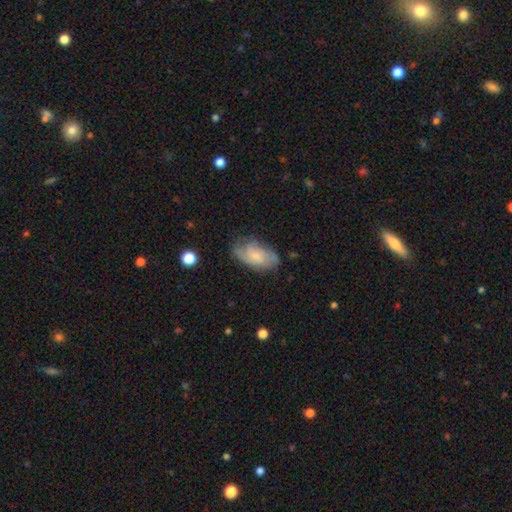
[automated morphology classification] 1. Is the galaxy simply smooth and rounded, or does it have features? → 58% featured or disk, 35% smooth, 7% star or artifact.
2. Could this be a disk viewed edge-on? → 96% no, 4% yes.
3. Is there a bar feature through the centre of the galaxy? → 63% no, 33% weak, 4% strong.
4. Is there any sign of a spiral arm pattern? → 88% yes, 12% no.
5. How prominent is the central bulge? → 52% small, 27% moderate, 17% none, 3% large, 1% dominant.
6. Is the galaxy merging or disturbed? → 66% none, 24% minor disturbance, 9% major disturbance, 2% merger.